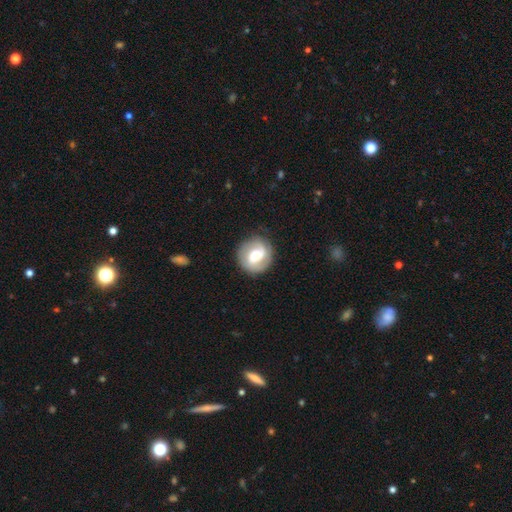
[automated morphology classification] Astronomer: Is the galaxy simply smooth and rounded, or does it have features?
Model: featured or disk — 56% (runner-up: smooth, 36%).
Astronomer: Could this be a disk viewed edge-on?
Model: no — 98%.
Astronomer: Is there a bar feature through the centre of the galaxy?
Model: no — 43% (runner-up: weak, 40%).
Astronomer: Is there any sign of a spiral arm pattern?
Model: yes — 83%.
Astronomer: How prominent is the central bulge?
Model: large — 45% (runner-up: moderate, 25%).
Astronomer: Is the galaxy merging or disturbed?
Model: none — 78%.